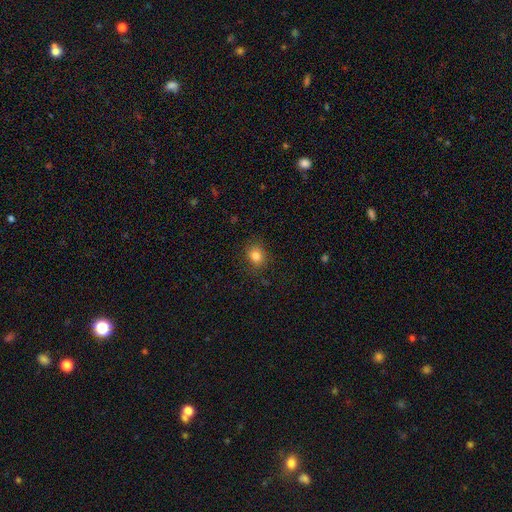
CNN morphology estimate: Overall: smooth (83%). How rounded: round (60%; in between 39%). Merging: none (82%).